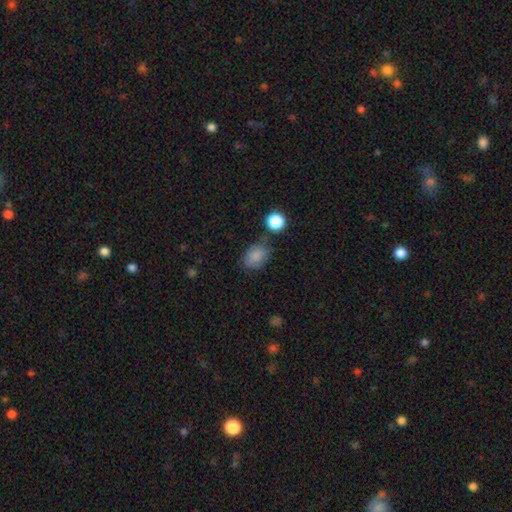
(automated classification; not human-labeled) A smooth galaxy with no disk features (83%) that is in between round and cigar-shaped (70%). Merging: none (69%).